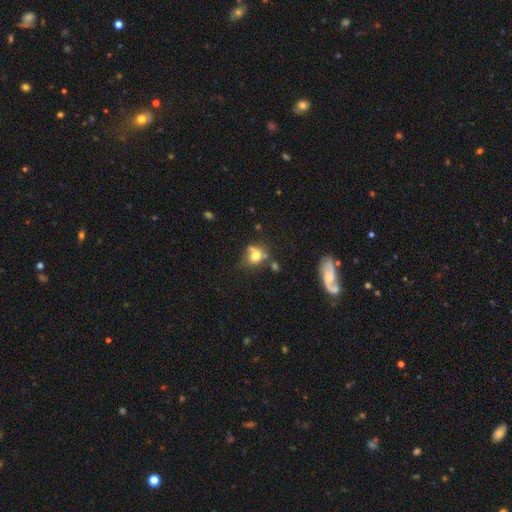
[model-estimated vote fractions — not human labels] Smooth or featured? Predicted: smooth (p=0.70). How rounded? Predicted: round (p=0.66). Merging? Predicted: none (p=0.44).